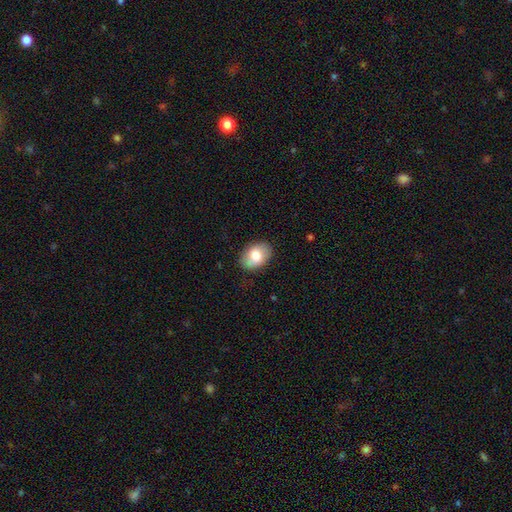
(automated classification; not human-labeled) Smooth or featured: smooth — 77% (featured or disk — 17%)
How rounded: in between — 83% (round — 16%)
Merging: none — 84% (minor disturbance — 12%)